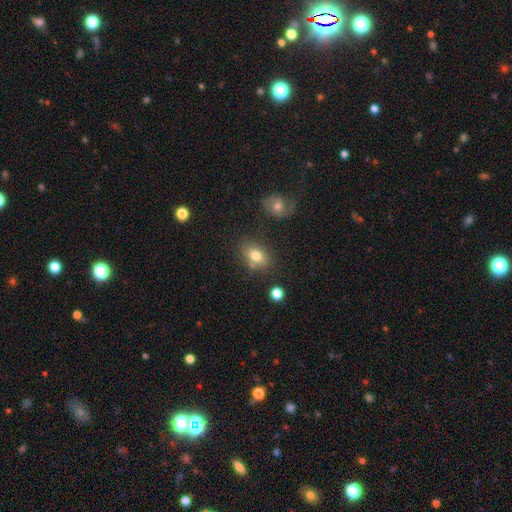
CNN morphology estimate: Q: Smooth or featured?
A: smooth (77%); runner-up: featured or disk (13%)
Q: How rounded?
A: in between (75%); runner-up: round (23%)
Q: Merging?
A: none (72%); runner-up: minor disturbance (15%)